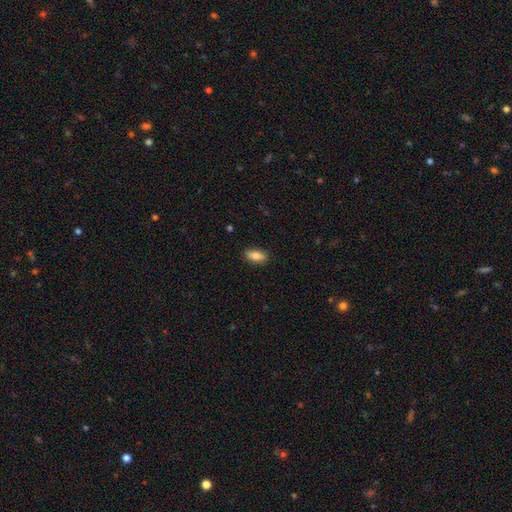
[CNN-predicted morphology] A smooth galaxy with no disk features (82%) that is in between round and cigar-shaped (84%).

Vote fractions:
- Smooth or featured? smooth: 82% / featured or disk: 11% / star or artifact: 7%
- How rounded? in between: 84% / cigar-shaped: 13% / round: 3%
- Merging? none: 87% / minor disturbance: 10% / major disturbance: 2% / merger: 1%